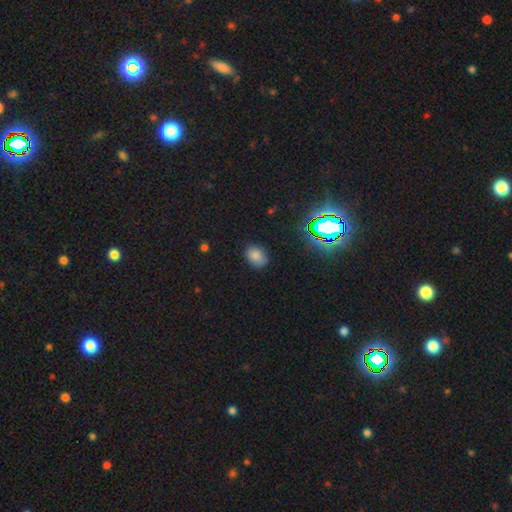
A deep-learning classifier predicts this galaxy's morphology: smooth 78%, star or artifact 16%, featured or disk 6%. Down the decision tree: how rounded — in between (70%); merging — none (81%).